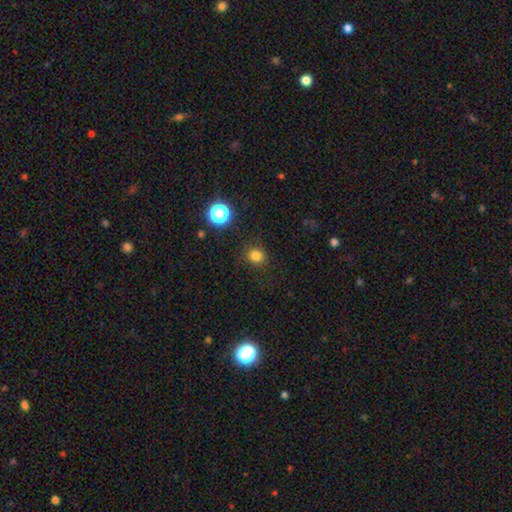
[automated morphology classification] This is clearly a smooth galaxy (80%). How rounded: clearly round (84%). Merging: clearly none (86%).